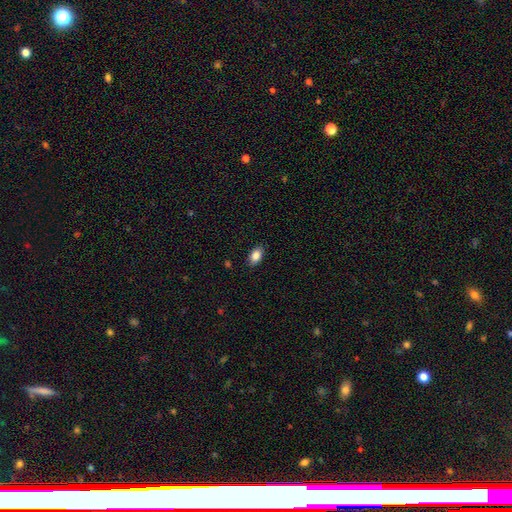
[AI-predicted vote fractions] A smooth galaxy with no disk features (86%) that is in between round and cigar-shaped (90%). Merging: none (87%).